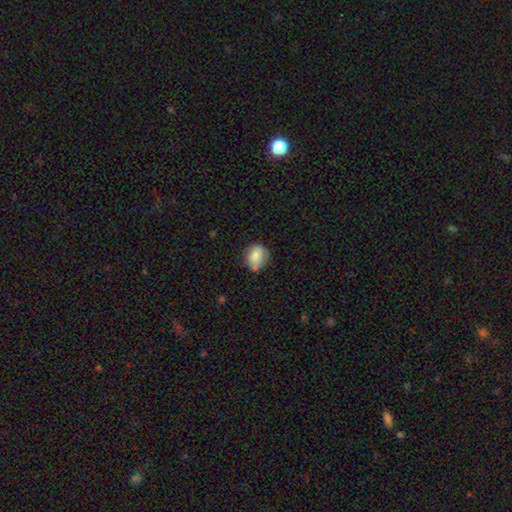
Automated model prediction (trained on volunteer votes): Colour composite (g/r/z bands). It shows a smooth galaxy with no disk features (79%) that is round (66%). Merging: none (64%).